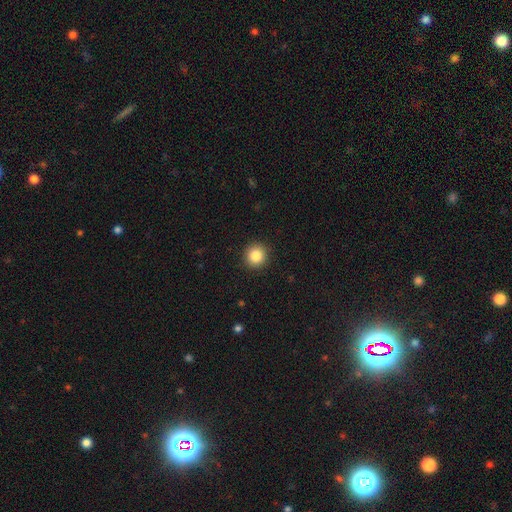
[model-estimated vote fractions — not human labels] Morphology: type=smooth (85%); roundness=round (92%); merging=none (92%).